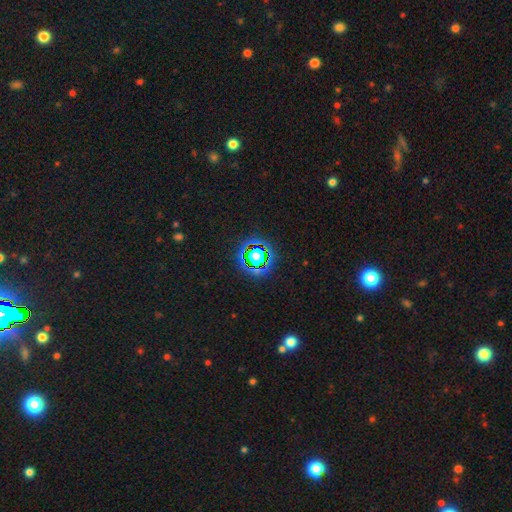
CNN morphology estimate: Smooth or featured? star or artifact (57%)